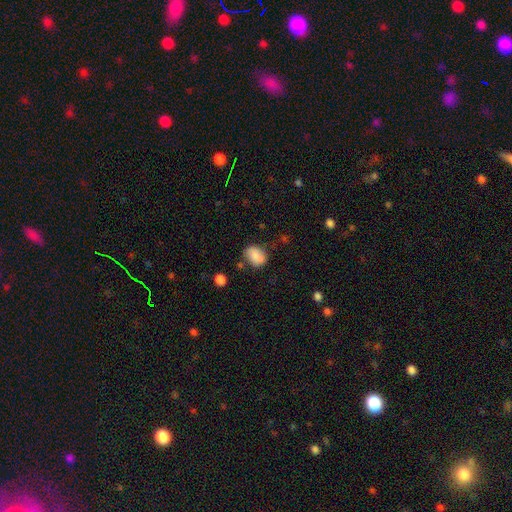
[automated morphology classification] Smooth or featured? smooth (81%)
How rounded? in between (66%)
Merging? none (68%)